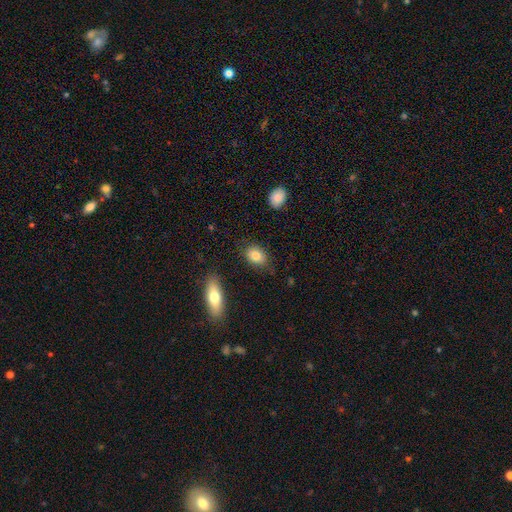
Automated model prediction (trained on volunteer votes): A smooth galaxy with no disk features (83%) that is in between round and cigar-shaped (75%). Merging: none (79%).